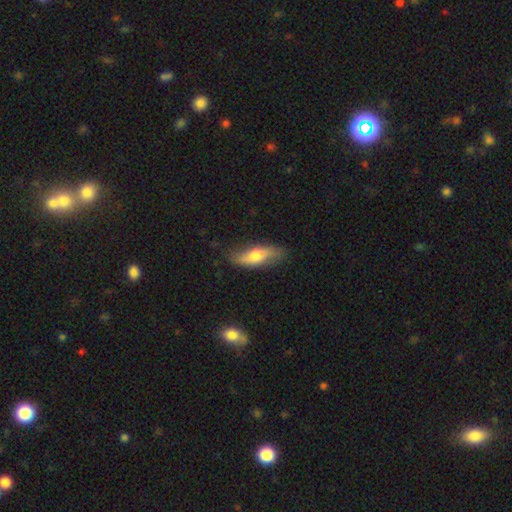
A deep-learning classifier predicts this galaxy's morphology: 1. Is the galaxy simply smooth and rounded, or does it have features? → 61% smooth, 33% featured or disk, 6% star or artifact.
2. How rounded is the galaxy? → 63% in between, 34% cigar-shaped, 3% round.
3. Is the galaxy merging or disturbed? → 71% none, 22% minor disturbance, 5% major disturbance, 2% merger.